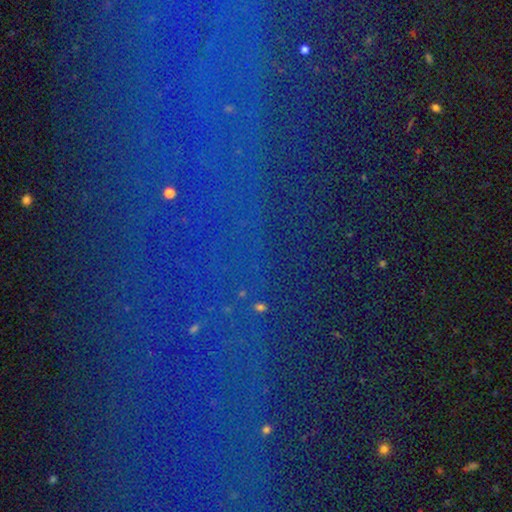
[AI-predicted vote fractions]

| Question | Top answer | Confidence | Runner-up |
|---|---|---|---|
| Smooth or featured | star or artifact | 84% | smooth (9%) |